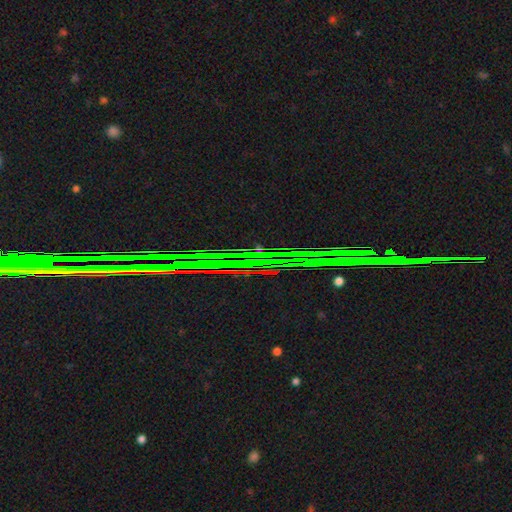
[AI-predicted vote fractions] Smooth or featured? star or artifact (83%)